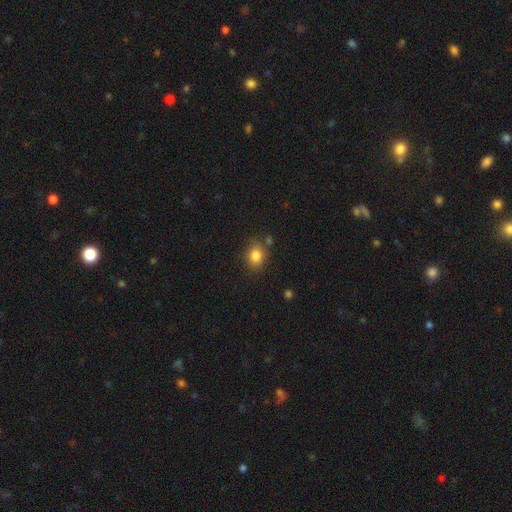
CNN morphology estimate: The model was most divided on "how rounded": round: 62%, in between: 37%, cigar-shaped: 1%. More confident: smooth or featured — smooth (83%); merging — none (75%).